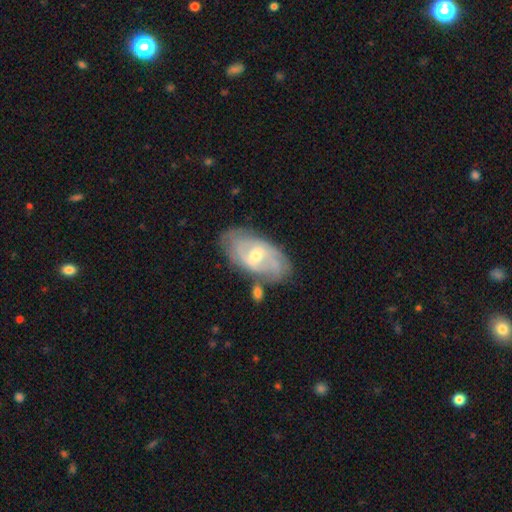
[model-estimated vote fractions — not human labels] This appears to be a featured or disk galaxy (76%) with a weak bar (52%), 2 (42%) tight (51%) spiral arms (86%) and a moderate central bulge (57%). Merging: none (66%).